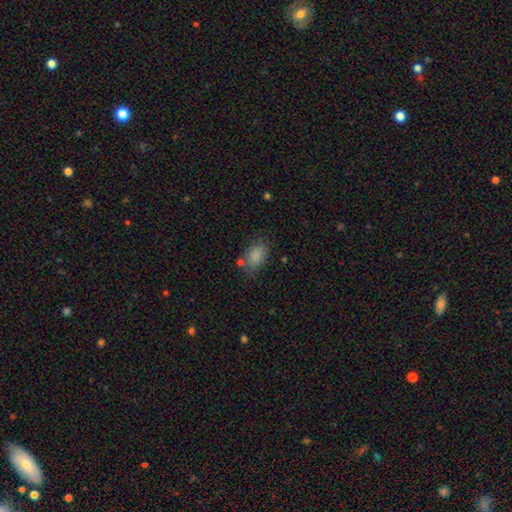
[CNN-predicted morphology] smooth_or_featured: smooth (p=0.85) [alt: star or artifact p=0.09]
how_rounded: in between (p=0.86) [alt: round p=0.12]
merging: none (p=0.71) [alt: minor disturbance p=0.17]